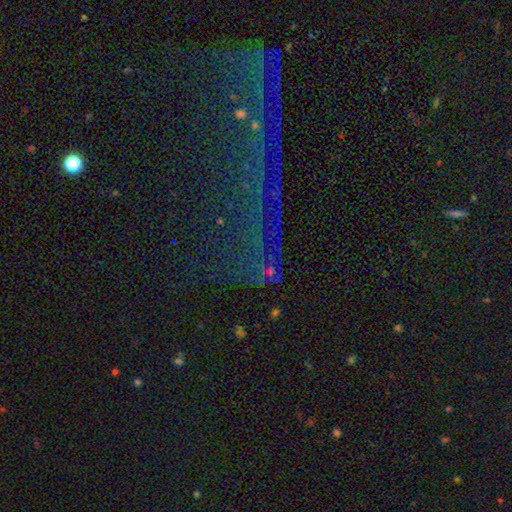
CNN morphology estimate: This appears to be a star or artifact, not a galaxy (77%).